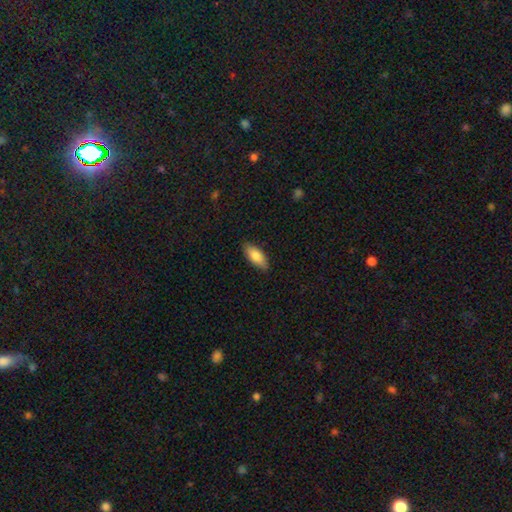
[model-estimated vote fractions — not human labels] Overall: smooth (83%). How rounded: in between (84%). Merging: none (86%).